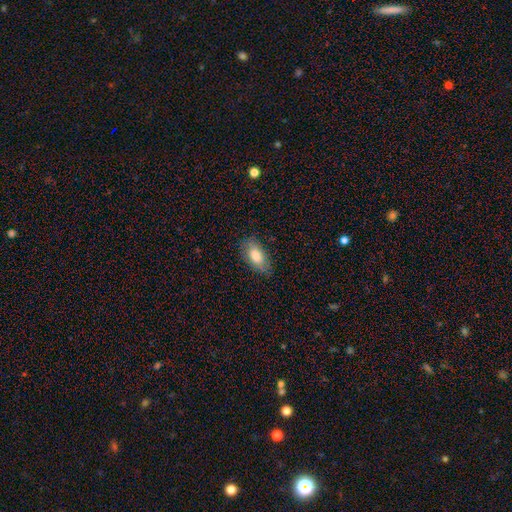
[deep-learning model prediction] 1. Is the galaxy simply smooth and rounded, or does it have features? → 79% smooth, 15% featured or disk, 6% star or artifact.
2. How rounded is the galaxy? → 92% in between, 5% cigar-shaped, 4% round.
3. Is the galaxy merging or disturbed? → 81% none, 15% minor disturbance, 3% major disturbance, 1% merger.